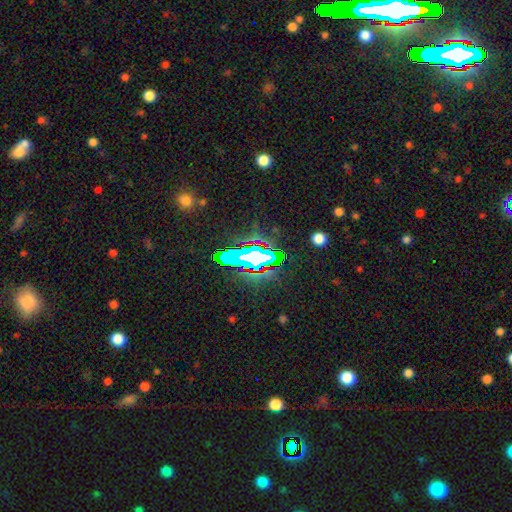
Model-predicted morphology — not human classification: Smooth or featured: star or artifact — 64% (smooth — 18%)